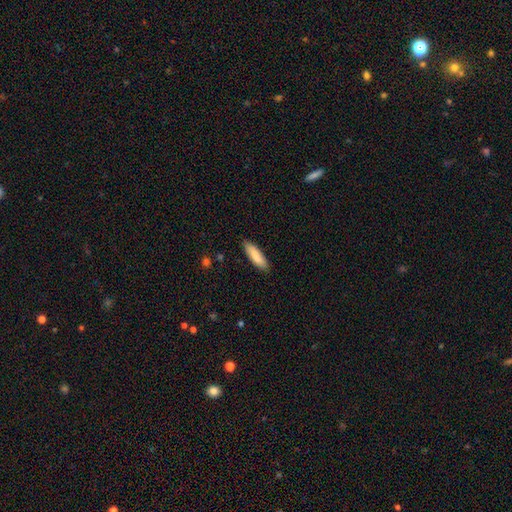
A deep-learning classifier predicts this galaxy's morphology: A smooth galaxy with no disk features (86%) that is cigar-shaped (56%). Merging: none (87%).